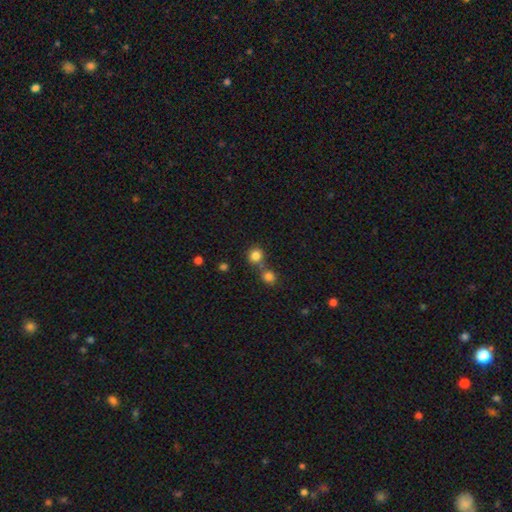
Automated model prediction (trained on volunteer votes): Smooth or featured?
  - smooth: 82% *
  - star or artifact: 12%
  - featured or disk: 5%
How rounded?
  - round: 89% *
  - in between: 10%
  - cigar-shaped: 1%
Merging?
  - none: 63% *
  - merger: 27%
  - minor disturbance: 7%
  - major disturbance: 3%